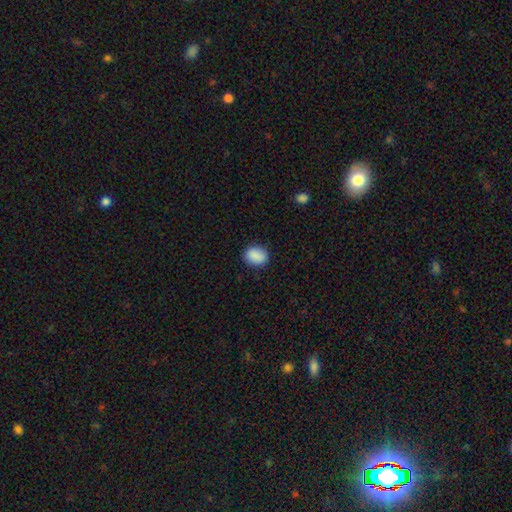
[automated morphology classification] Smooth or featured: smooth — 88% (star or artifact — 8%)
How rounded: in between — 55% (round — 44%)
Merging: none — 85% (minor disturbance — 12%)